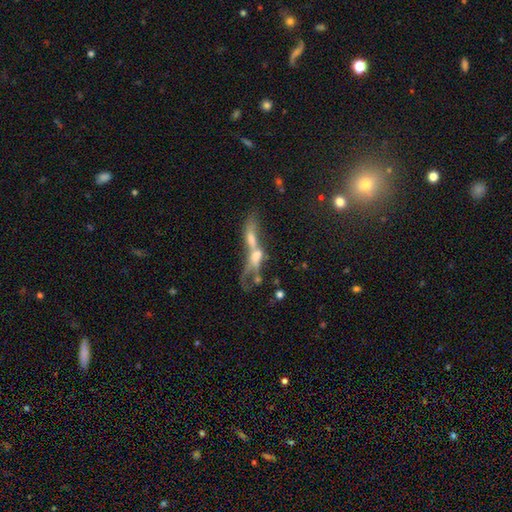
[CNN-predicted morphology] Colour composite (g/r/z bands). It shows a featured or disk galaxy (52%). Merging: merger (66%).